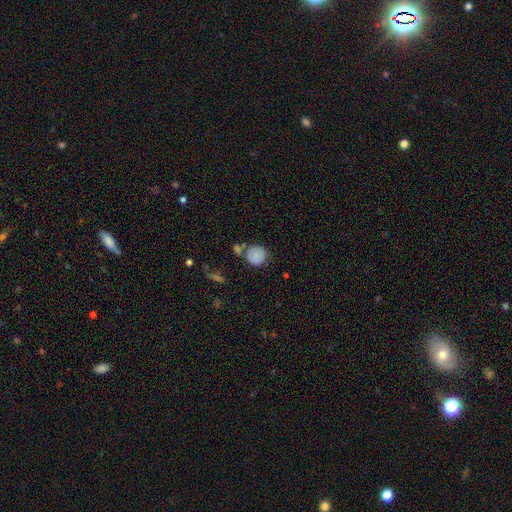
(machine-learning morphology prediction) This appears to be a smooth galaxy with no disk features (83%) that is round (87%). Merging: none (60%).